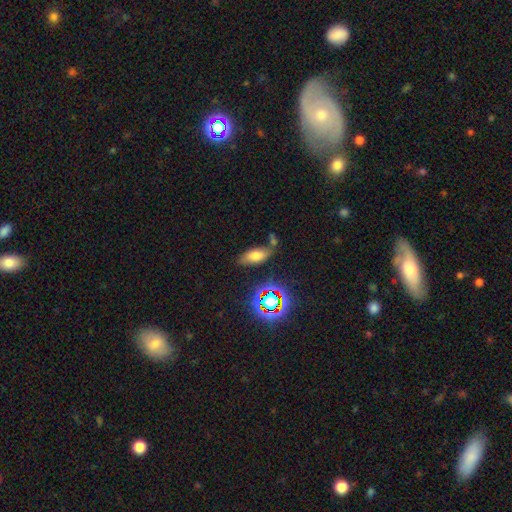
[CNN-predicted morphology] Overall: smooth (66%). How rounded: in between (84%). Merging: none (64%).